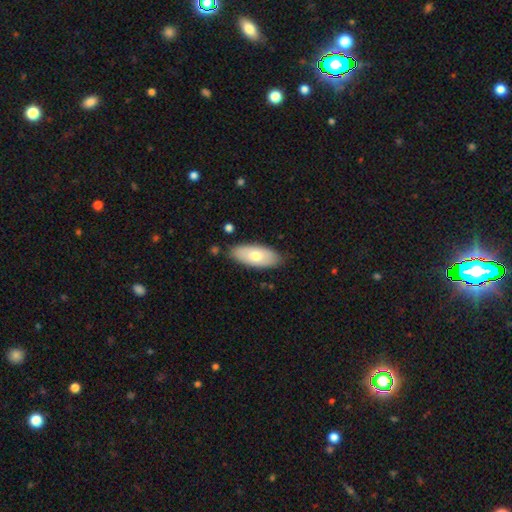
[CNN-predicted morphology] A smooth galaxy with no disk features (67%) that is in between round and cigar-shaped (87%). Merging: none (81%).